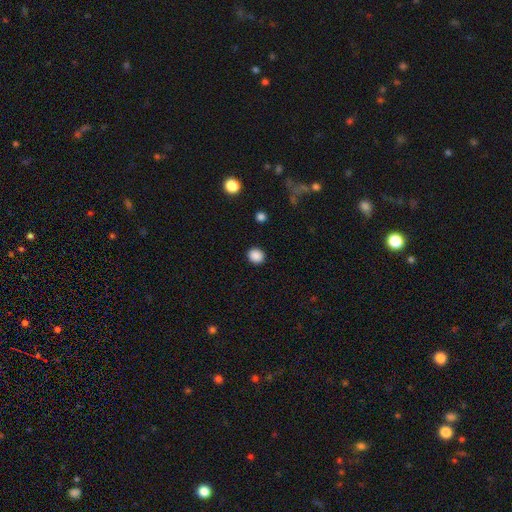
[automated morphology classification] Q: Smooth or featured?
A: smooth (88%); runner-up: star or artifact (9%)
Q: How rounded?
A: round (78%); runner-up: in between (21%)
Q: Merging?
A: none (91%); runner-up: minor disturbance (6%)